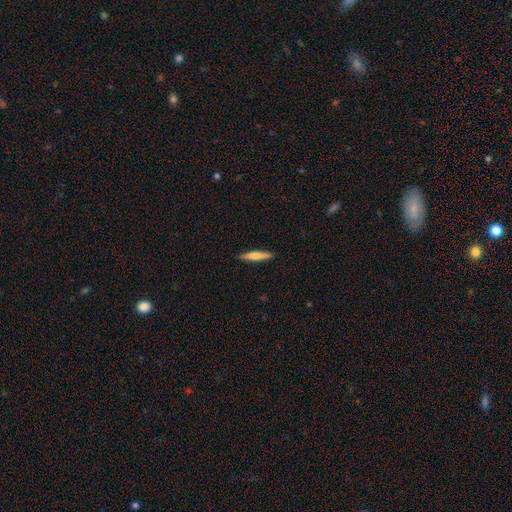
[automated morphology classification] type=smooth (61%); roundness=cigar-shaped (92%); merging=none (90%).